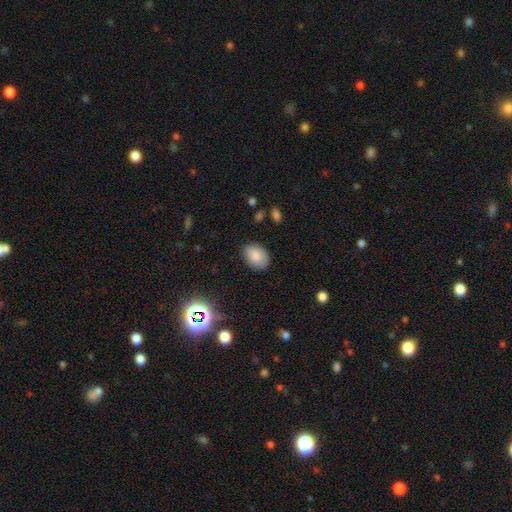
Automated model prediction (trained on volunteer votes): smooth_or_featured: smooth (p=0.83) [alt: star or artifact p=0.09]
how_rounded: in between (p=0.79) [alt: round p=0.20]
merging: none (p=0.84) [alt: minor disturbance p=0.12]